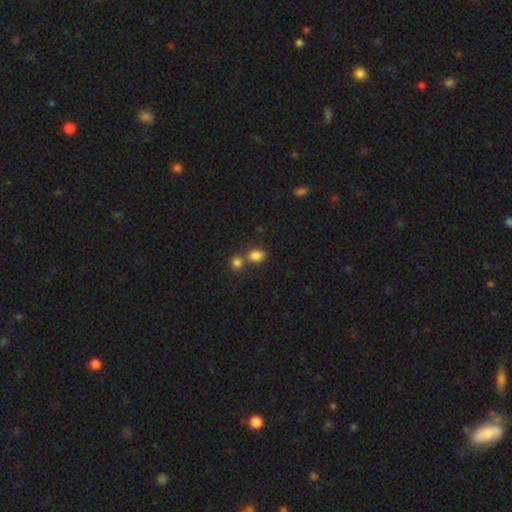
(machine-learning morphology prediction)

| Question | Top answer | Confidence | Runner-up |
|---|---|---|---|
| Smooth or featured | smooth | 84% | star or artifact (10%) |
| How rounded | in between | 75% | round (23%) |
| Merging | none | 48% | merger (38%) |